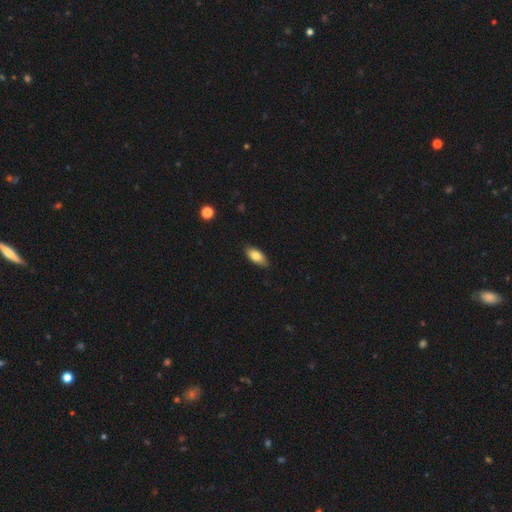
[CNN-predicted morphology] Smooth or featured? smooth (79%)
How rounded? in between (87%)
Merging? none (82%)